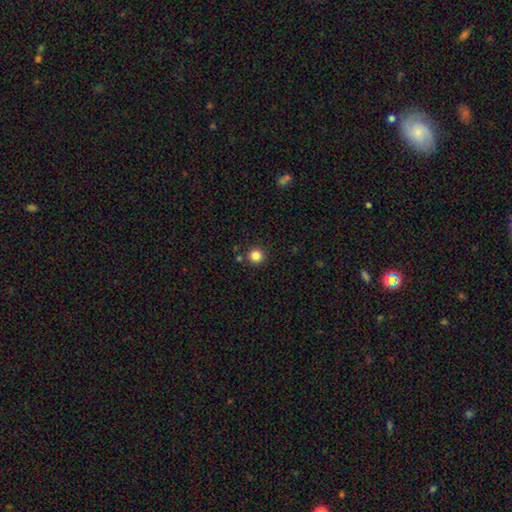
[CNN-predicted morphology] smooth-or-featured: smooth: 84% | star or artifact: 12% | featured or disk: 4%
  how-rounded: round: 95% | in between: 4% | cigar-shaped: 1%
  merging: none: 87% | minor disturbance: 6% | merger: 5% | major disturbance: 2%